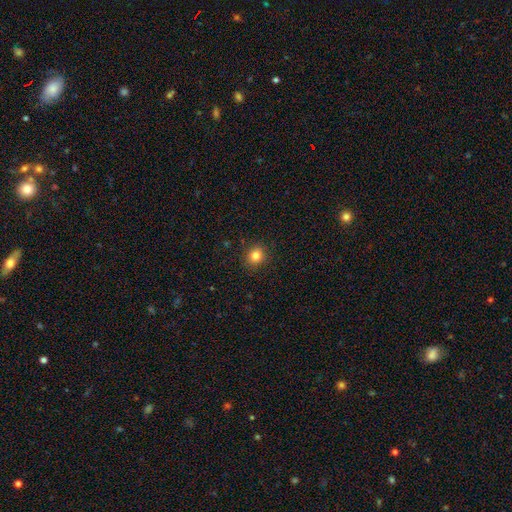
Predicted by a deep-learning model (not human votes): Smooth or featured: smooth — 82% (star or artifact — 12%)
How rounded: round — 81% (in between — 18%)
Merging: none — 89% (minor disturbance — 8%)